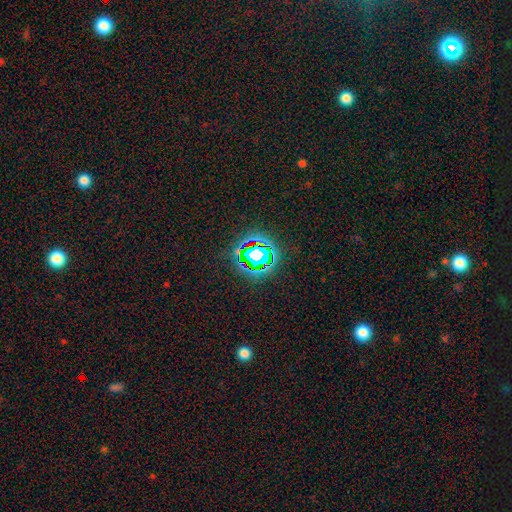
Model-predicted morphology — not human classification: Smooth or featured? Predicted: star or artifact (p=0.73).